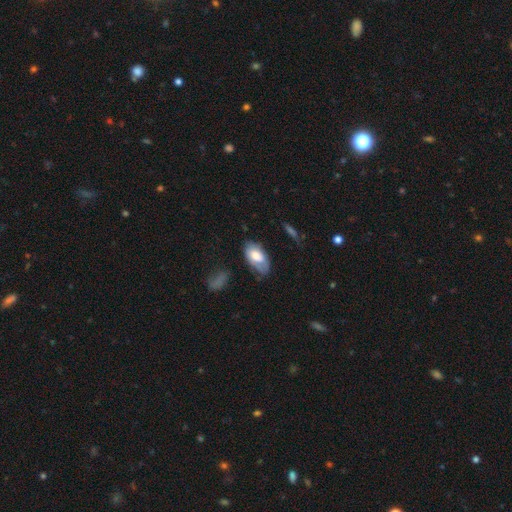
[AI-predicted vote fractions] smooth 65%, featured or disk 29%, star or artifact 7%. Down the decision tree: how rounded — in between (94%); merging — none (51%).